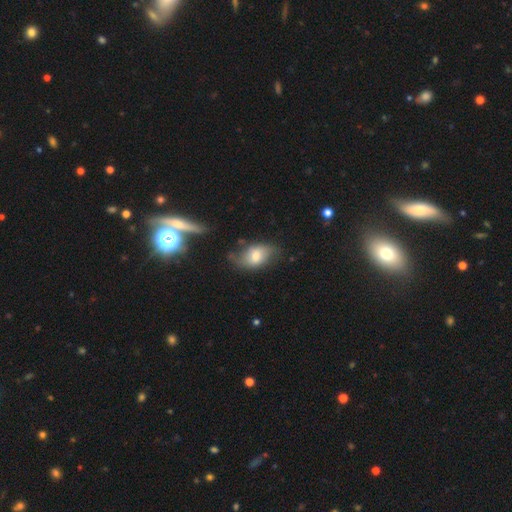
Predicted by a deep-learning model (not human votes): smooth-or-featured: smooth: 65% | featured or disk: 27% | star or artifact: 8%
  how-rounded: in between: 87% | round: 11% | cigar-shaped: 2%
  merging: none: 56% | minor disturbance: 28% | major disturbance: 11% | merger: 4%